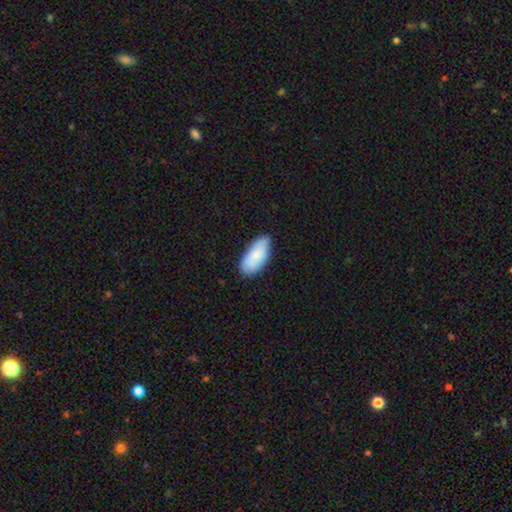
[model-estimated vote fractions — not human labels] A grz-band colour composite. It shows a smooth galaxy with no disk features (82%) that is in between round and cigar-shaped (90%). Merging: none (78%).